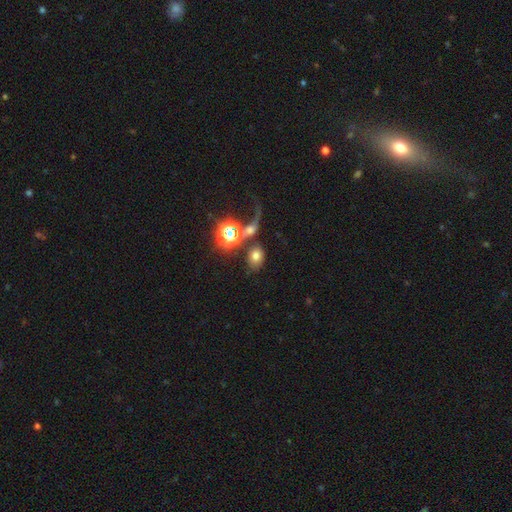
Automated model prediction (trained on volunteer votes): Smooth or featured: smooth — 66% (star or artifact — 19%)
How rounded: in between — 64% (round — 34%)
Merging: none — 55% (merger — 20%)